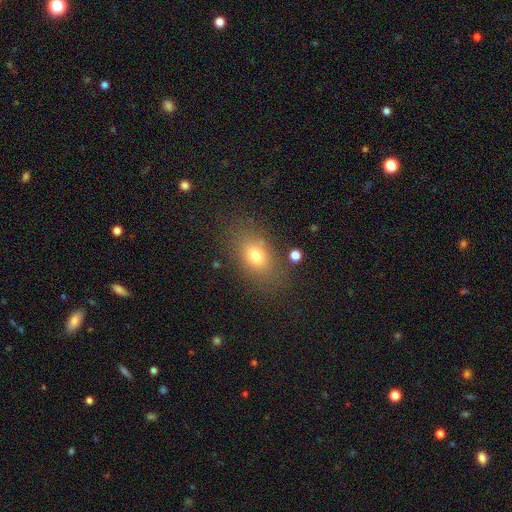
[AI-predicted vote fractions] Q: Smooth or featured?
A: smooth (73%); runner-up: featured or disk (13%)
Q: How rounded?
A: in between (76%); runner-up: round (22%)
Q: Merging?
A: none (79%); runner-up: minor disturbance (12%)